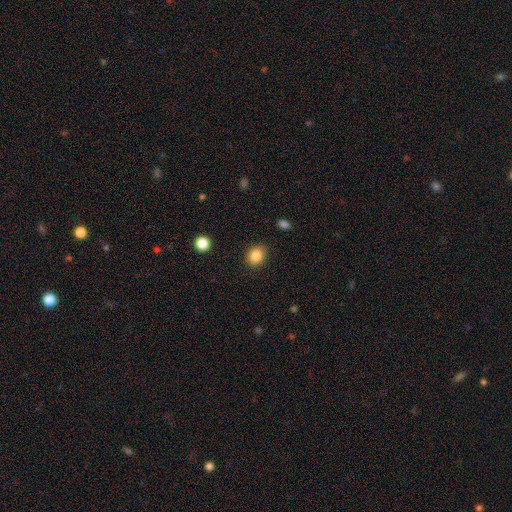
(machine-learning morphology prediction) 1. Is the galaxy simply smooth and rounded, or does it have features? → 86% smooth, 10% star or artifact, 4% featured or disk.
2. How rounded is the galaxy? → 64% round, 35% in between, 1% cigar-shaped.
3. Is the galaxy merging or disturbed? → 88% none, 8% minor disturbance, 3% major disturbance, 1% merger.